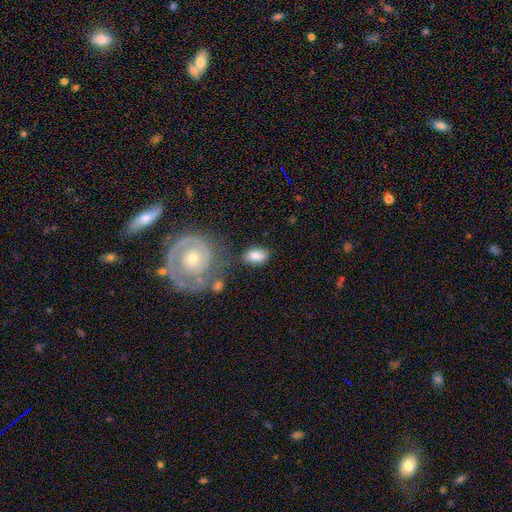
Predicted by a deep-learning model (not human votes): smooth-or-featured: smooth: 78% | featured or disk: 16% | star or artifact: 6%
  how-rounded: in between: 90% | round: 8% | cigar-shaped: 2%
  merging: none: 68% | minor disturbance: 17% | merger: 8% | major disturbance: 6%